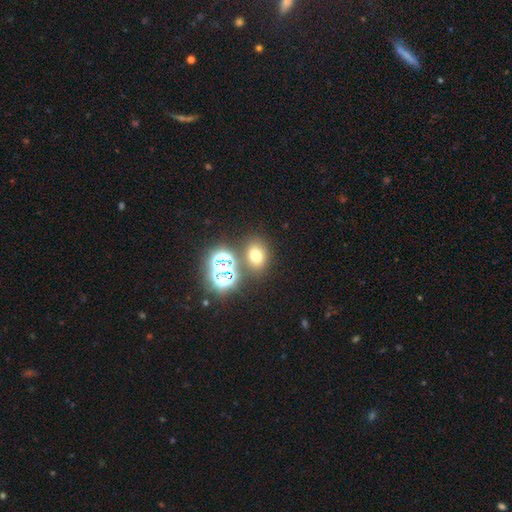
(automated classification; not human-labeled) Smooth or featured? smooth (60%)
How rounded? round (50%)
Merging? none (72%)